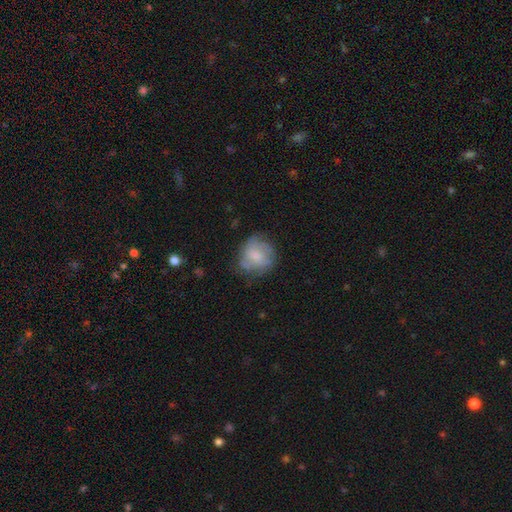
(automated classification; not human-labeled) Morphology: type=smooth (50%); merging=none (63%).